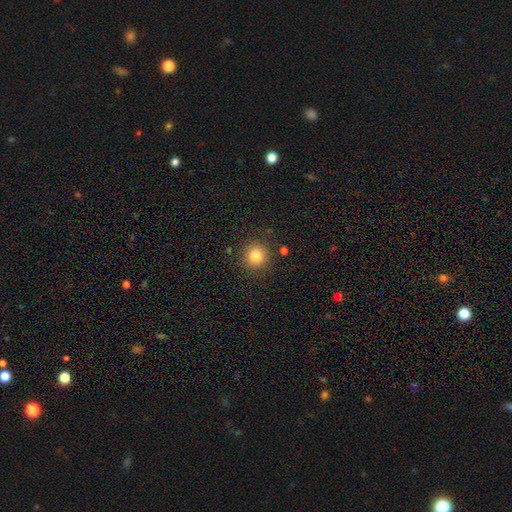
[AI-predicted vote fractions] smooth-or-featured: smooth: 82% | star or artifact: 12% | featured or disk: 7%
  how-rounded: round: 93% | in between: 6% | cigar-shaped: 1%
  merging: none: 87% | minor disturbance: 8% | major disturbance: 3% | merger: 2%